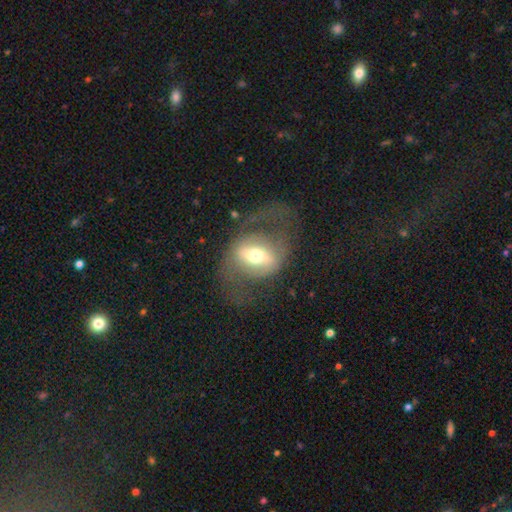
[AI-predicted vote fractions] This is likely a featured or disk galaxy (65%). It is clearly not viewed edge-on (90%). Bar: possibly strong (48%). Spiral arm pattern: possibly no (51%). Central bulge: likely moderate (65%). Merging: possibly none (55%).